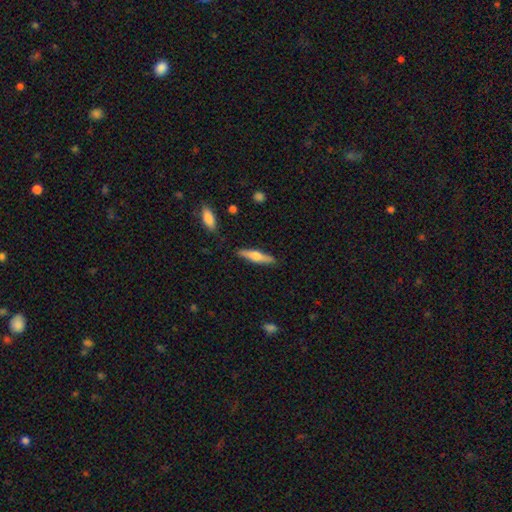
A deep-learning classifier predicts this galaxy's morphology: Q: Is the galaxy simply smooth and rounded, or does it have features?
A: smooth — 54%.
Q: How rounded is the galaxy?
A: cigar-shaped — 78%.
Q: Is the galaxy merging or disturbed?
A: none — 85%.